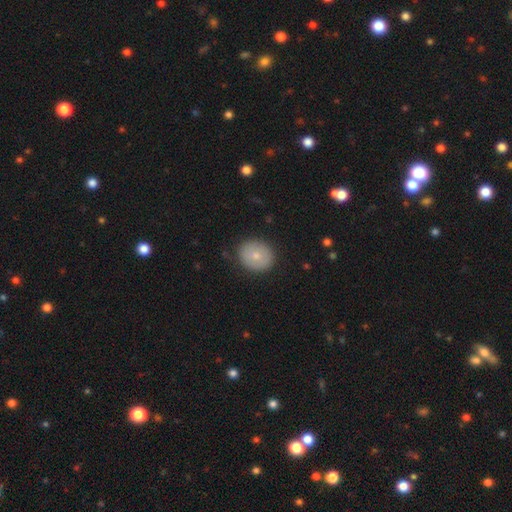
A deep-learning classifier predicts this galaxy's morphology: Overall: smooth (73%). How rounded: round (77%). Merging: none (86%).